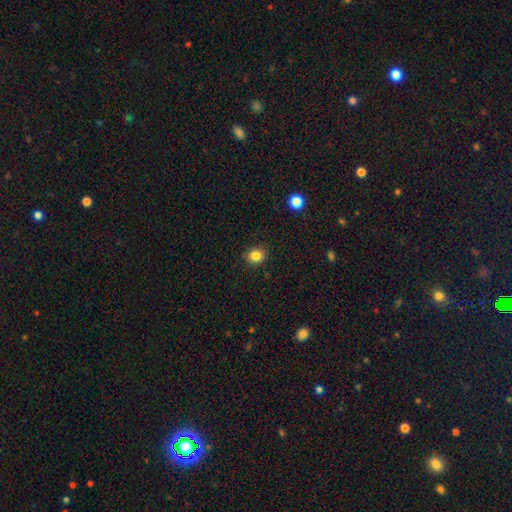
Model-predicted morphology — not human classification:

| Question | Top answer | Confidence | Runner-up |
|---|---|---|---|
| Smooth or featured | smooth | 84% | star or artifact (11%) |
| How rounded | round | 80% | in between (19%) |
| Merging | none | 90% | minor disturbance (7%) |